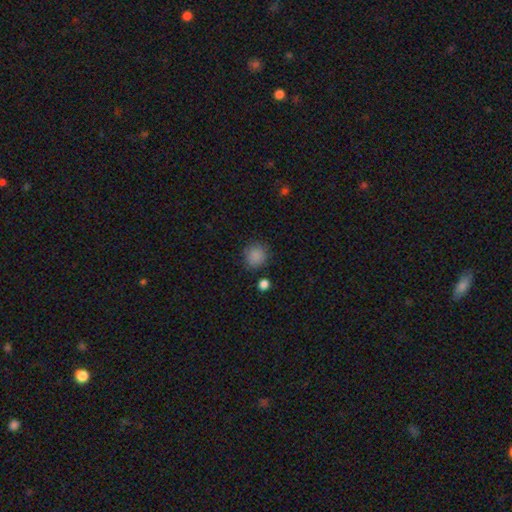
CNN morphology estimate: This is clearly a smooth galaxy (86%). How rounded: clearly round (88%). Merging: clearly none (83%).